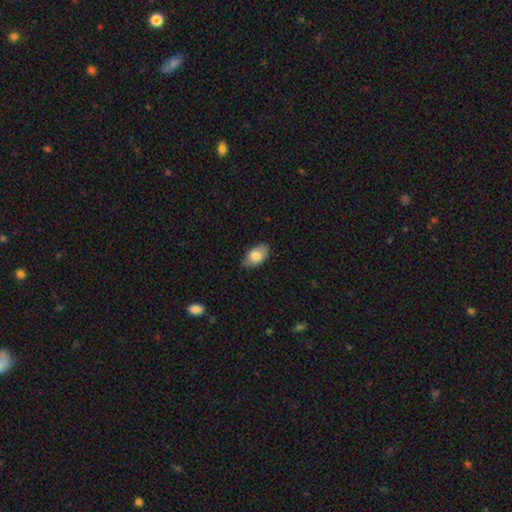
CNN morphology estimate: Smooth or featured?
  - smooth: 81% *
  - featured or disk: 13%
  - star or artifact: 7%
How rounded?
  - in between: 92% *
  - round: 6%
  - cigar-shaped: 2%
Merging?
  - none: 79% *
  - minor disturbance: 17%
  - major disturbance: 3%
  - merger: 1%